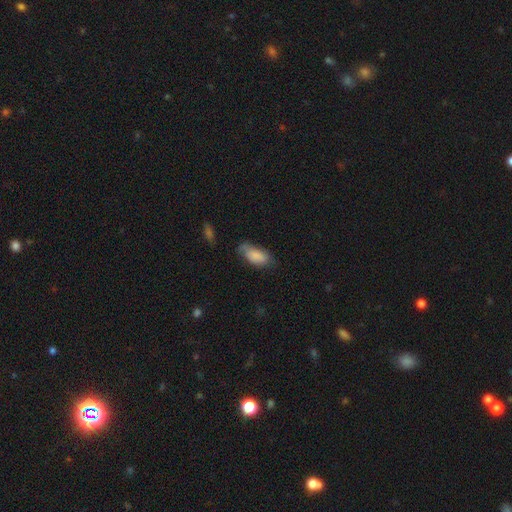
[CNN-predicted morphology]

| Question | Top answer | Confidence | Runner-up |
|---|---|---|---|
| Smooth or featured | smooth | 84% | featured or disk (9%) |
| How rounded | in between | 89% | cigar-shaped (9%) |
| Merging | none | 56% | minor disturbance (32%) |